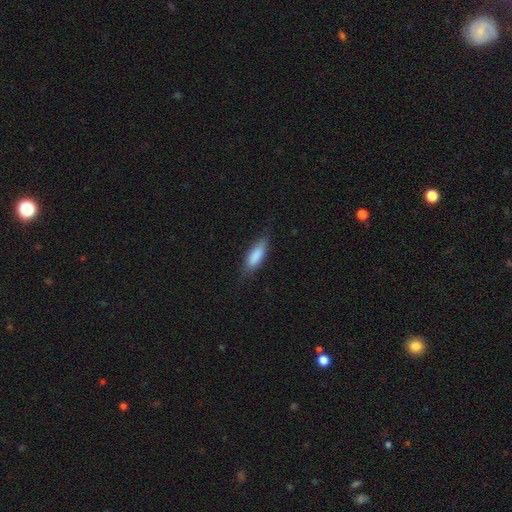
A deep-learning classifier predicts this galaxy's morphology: Smooth or featured: smooth — 83% (featured or disk — 11%)
How rounded: in between — 59% (cigar-shaped — 39%)
Merging: none — 74% (minor disturbance — 21%)